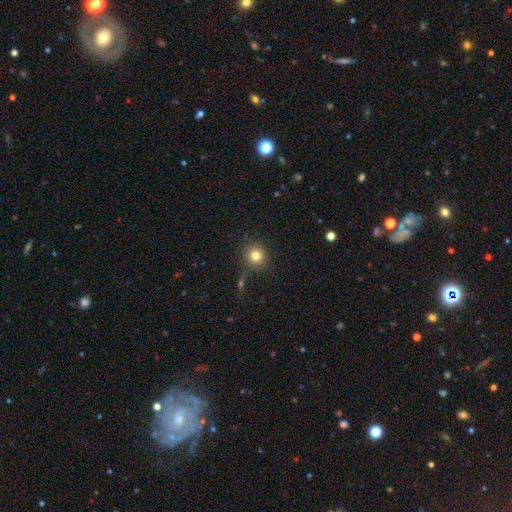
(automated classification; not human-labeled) Smooth or featured? Predicted: smooth (p=0.80). How rounded? Predicted: round (p=0.90). Merging? Predicted: none (p=0.81).